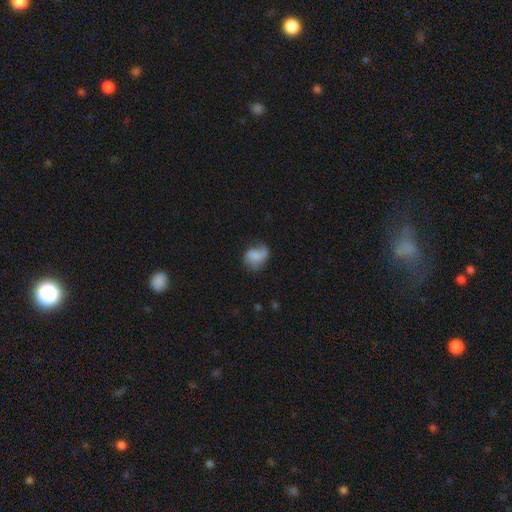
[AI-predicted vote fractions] smooth_or_featured: smooth (p=0.59) [alt: featured or disk p=0.31]
how_rounded: in between (p=0.60) [alt: round p=0.38]
merging: none (p=0.42) [alt: minor disturbance p=0.30]